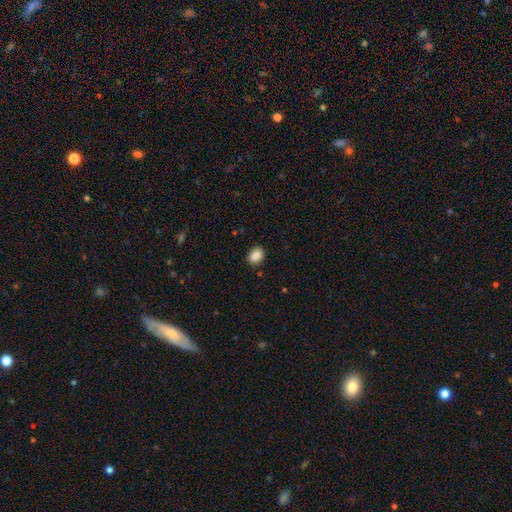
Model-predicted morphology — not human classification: Smooth or featured: smooth — 88% (star or artifact — 9%)
How rounded: in between — 64% (round — 35%)
Merging: none — 87% (minor disturbance — 9%)